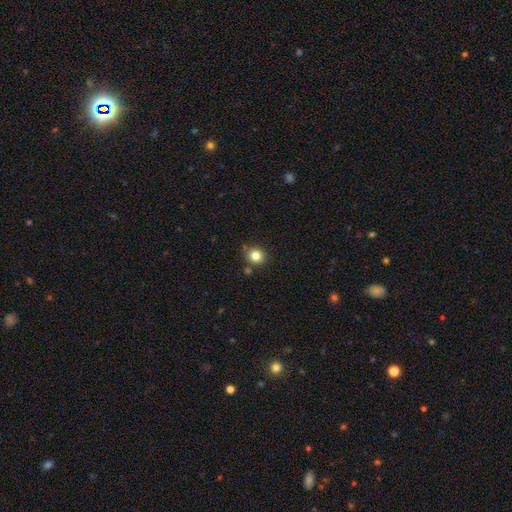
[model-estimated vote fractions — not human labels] Smooth or featured?
  - smooth: 82% *
  - star or artifact: 12%
  - featured or disk: 6%
How rounded?
  - round: 88% *
  - in between: 11%
  - cigar-shaped: 1%
Merging?
  - none: 82% *
  - minor disturbance: 9%
  - merger: 6%
  - major disturbance: 2%